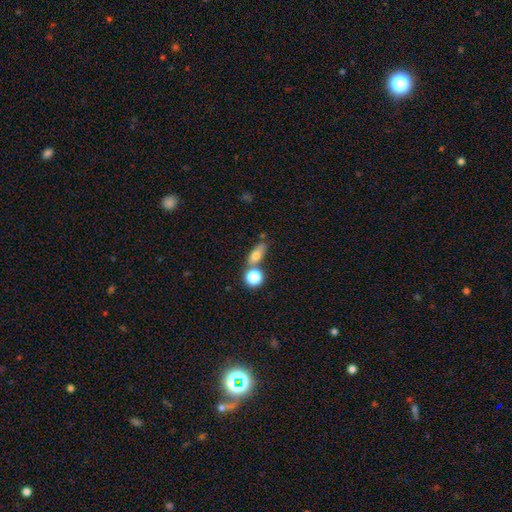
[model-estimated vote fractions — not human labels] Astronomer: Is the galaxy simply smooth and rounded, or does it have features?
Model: smooth — 73%.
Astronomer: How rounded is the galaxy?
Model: in between — 59%.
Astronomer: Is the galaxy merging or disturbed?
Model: none — 55%.